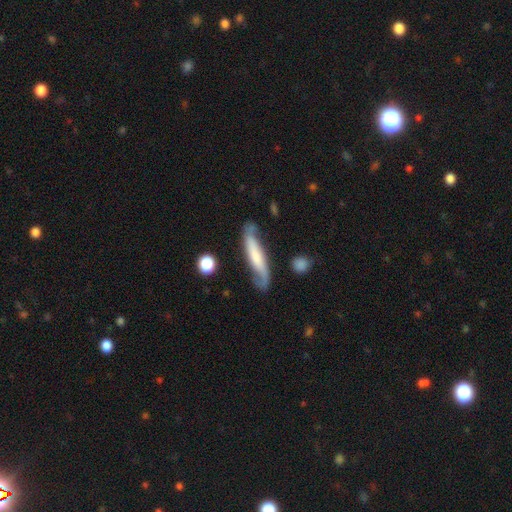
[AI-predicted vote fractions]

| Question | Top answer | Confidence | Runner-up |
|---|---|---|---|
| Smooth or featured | featured or disk | 60% | smooth (34%) |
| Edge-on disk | no | 66% | yes (34%) |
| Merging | none | 64% | minor disturbance (23%) |